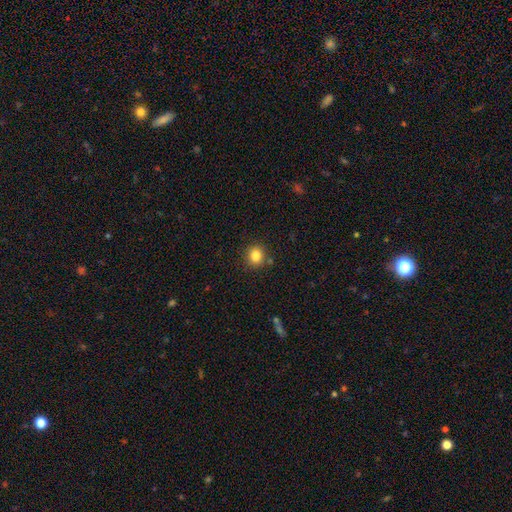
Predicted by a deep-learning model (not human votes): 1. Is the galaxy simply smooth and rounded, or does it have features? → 83% smooth, 11% star or artifact, 6% featured or disk.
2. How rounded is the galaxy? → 86% round, 13% in between, 1% cigar-shaped.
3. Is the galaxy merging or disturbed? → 86% none, 8% minor disturbance, 4% merger, 2% major disturbance.